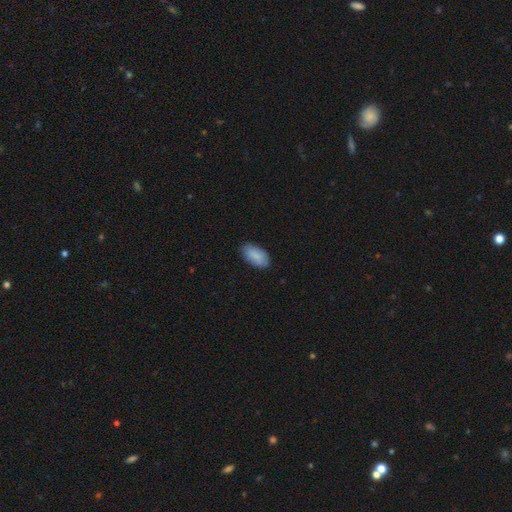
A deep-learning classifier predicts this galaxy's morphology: type=smooth (87%); roundness=in between (94%); merging=none (81%).